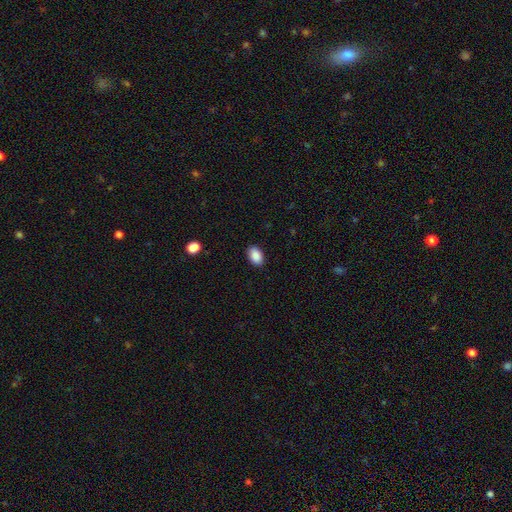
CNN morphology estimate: Smooth or featured: smooth — 89% (star or artifact — 7%)
How rounded: in between — 89% (round — 10%)
Merging: none — 89% (minor disturbance — 8%)